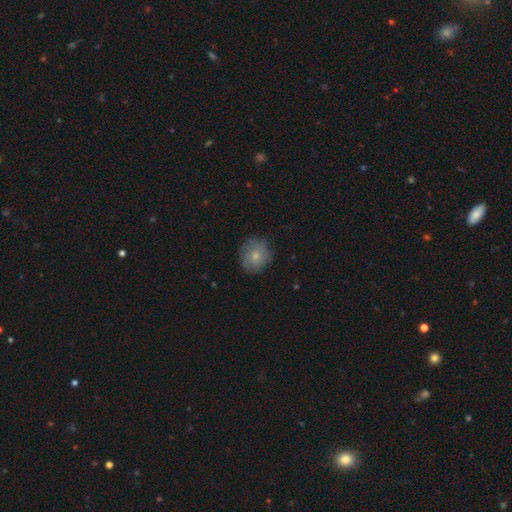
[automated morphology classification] A smooth galaxy with no disk features (74%) that is round (86%).

Vote fractions:
- Smooth or featured? smooth: 74% / featured or disk: 18% / star or artifact: 8%
- How rounded? round: 86% / in between: 13% / cigar-shaped: 1%
- Merging? none: 78% / minor disturbance: 17% / major disturbance: 4% / merger: 1%